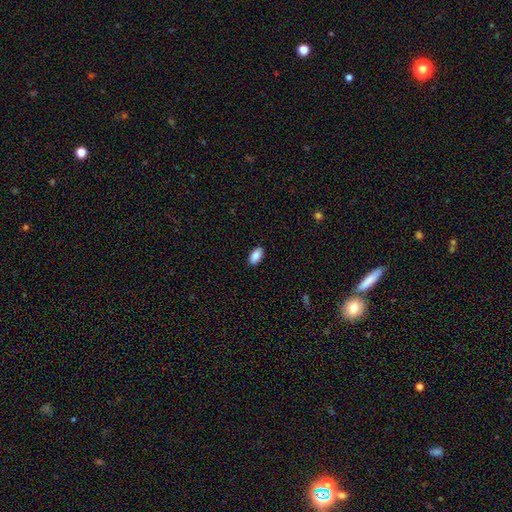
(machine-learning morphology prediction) Overall: smooth (87%). How rounded: in between (93%). Merging: none (88%).